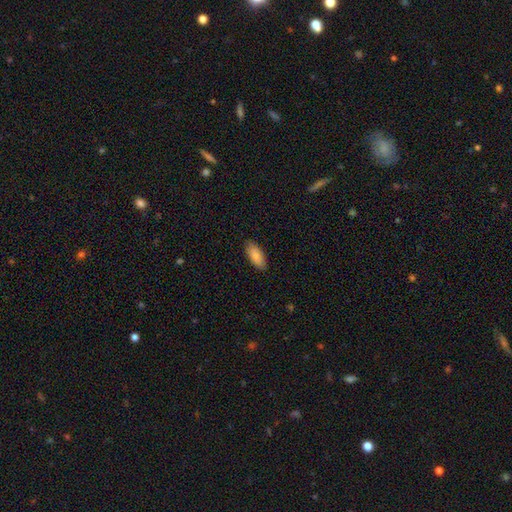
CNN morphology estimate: The model was most divided on "how rounded": in between: 83%, cigar-shaped: 15%, round: 2%. More confident: merging — none (87%); smooth or featured — smooth (86%).